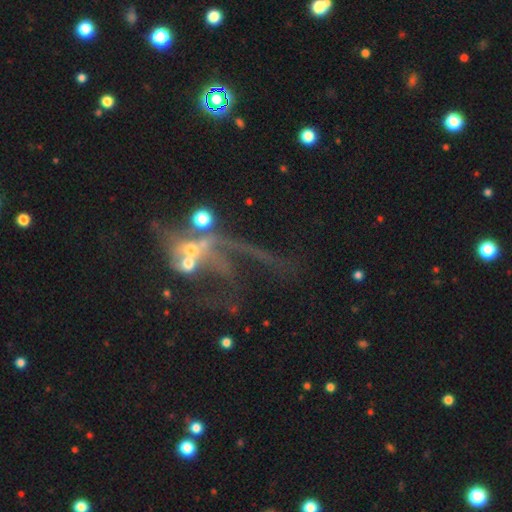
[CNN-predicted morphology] Smooth or featured? featured or disk (52%)
Edge-on disk? no (91%)
Merging? major disturbance (36%)